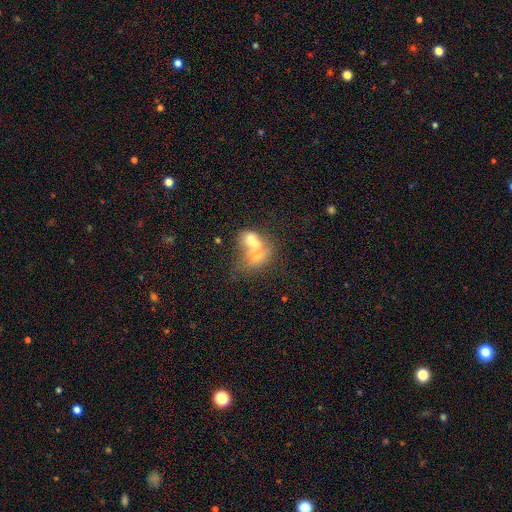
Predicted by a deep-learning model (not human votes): Morphology: type=smooth (55%); roundness=in between (65%); merging=merger (71%).